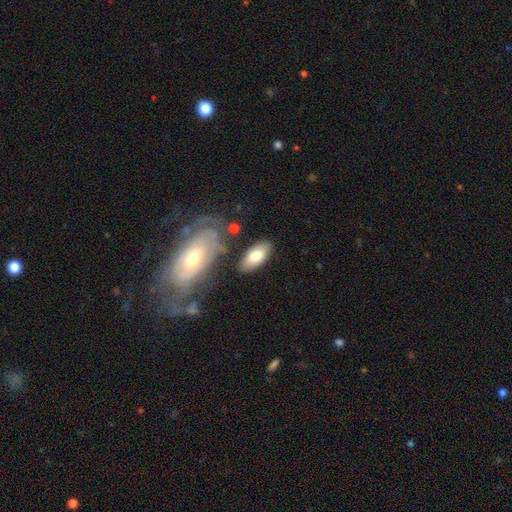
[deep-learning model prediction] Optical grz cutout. It shows a smooth galaxy with no disk features (76%) that is in between round and cigar-shaped (90%). Merging: none (75%).